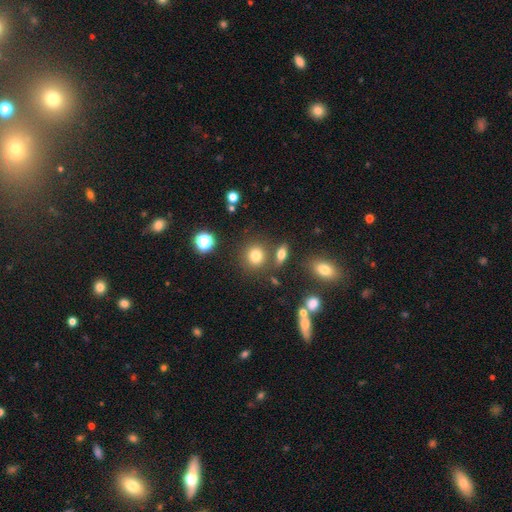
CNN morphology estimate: Smooth or featured? smooth (76%)
How rounded? round (83%)
Merging? none (76%)